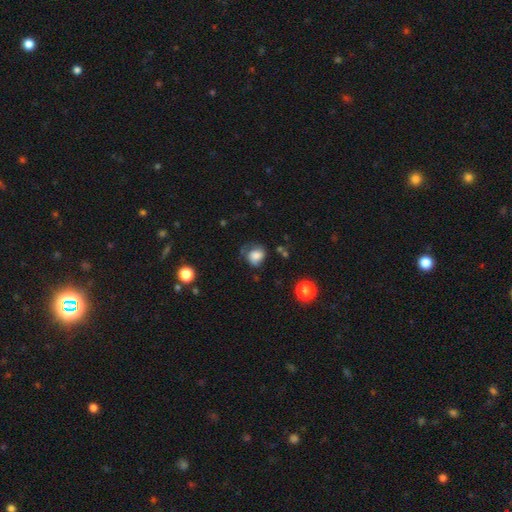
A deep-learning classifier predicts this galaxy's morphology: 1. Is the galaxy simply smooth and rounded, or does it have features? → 69% smooth, 21% featured or disk, 10% star or artifact.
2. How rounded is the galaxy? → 62% round, 37% in between, 1% cigar-shaped.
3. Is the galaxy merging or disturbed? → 46% none, 29% minor disturbance, 21% major disturbance, 4% merger.